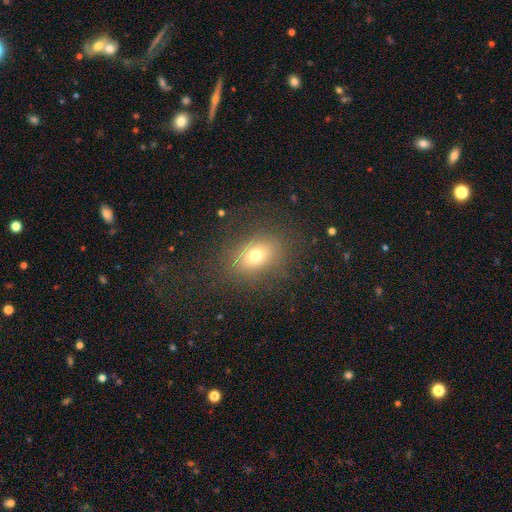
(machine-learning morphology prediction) This appears to be a smooth galaxy with no disk features (69%) that is in between round and cigar-shaped (67%). Merging: none (78%).